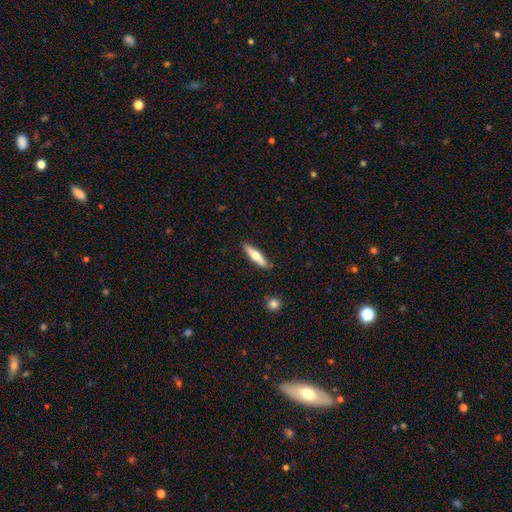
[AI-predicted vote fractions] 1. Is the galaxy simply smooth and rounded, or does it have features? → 51% smooth, 44% featured or disk, 5% star or artifact.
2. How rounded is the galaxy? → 75% cigar-shaped, 23% in between, 2% round.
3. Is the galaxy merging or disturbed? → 87% none, 9% minor disturbance, 2% major disturbance, 2% merger.